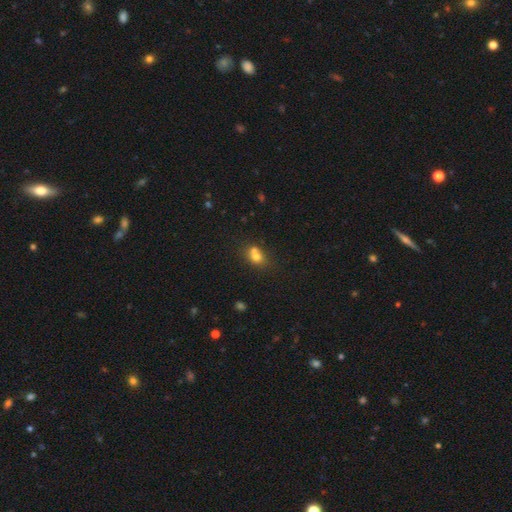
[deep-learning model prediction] Smooth or featured?
  - smooth: 70% *
  - featured or disk: 17%
  - star or artifact: 13%
How rounded?
  - round: 56% *
  - in between: 43%
  - cigar-shaped: 1%
Merging?
  - merger: 55% *
  - none: 32%
  - minor disturbance: 9%
  - major disturbance: 4%